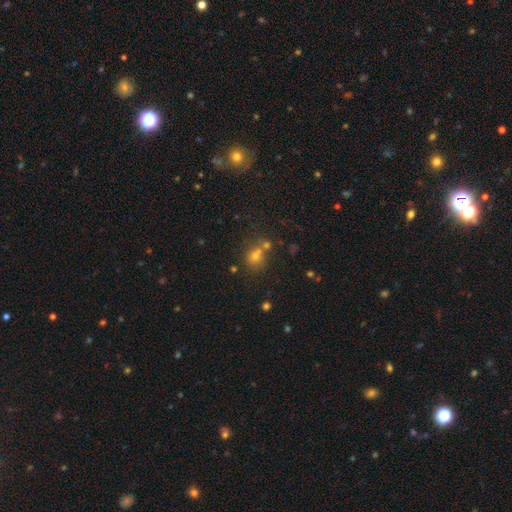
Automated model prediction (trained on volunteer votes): This appears to be a smooth galaxy with no disk features (60%) that is round (74%). Merging: none (54%).